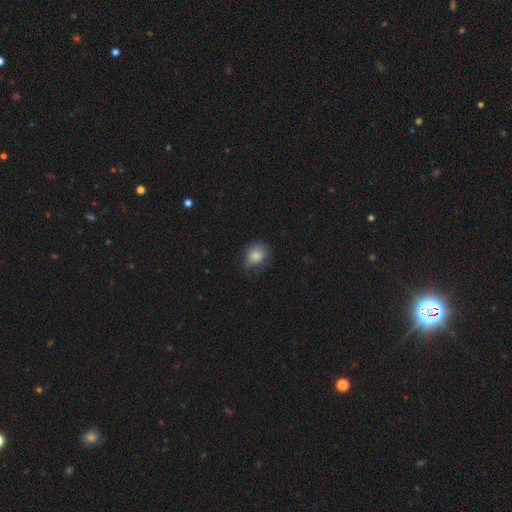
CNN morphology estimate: This is clearly a smooth galaxy (81%). How rounded: possibly round (53%). Merging: possibly none (55%).